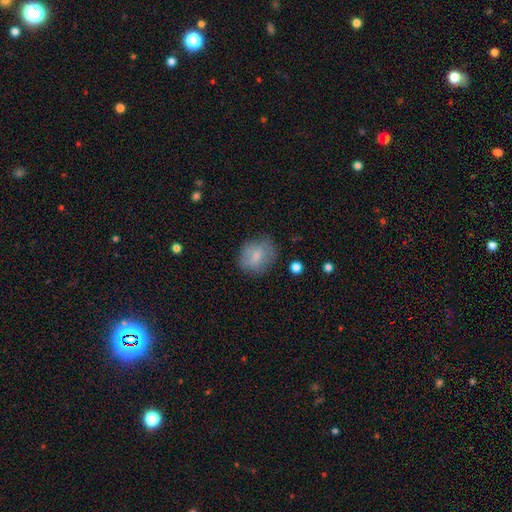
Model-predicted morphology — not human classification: The model was most divided on "how rounded": round: 57%, in between: 41%, cigar-shaped: 1%. More confident: smooth or featured — smooth (72%); merging — none (69%).